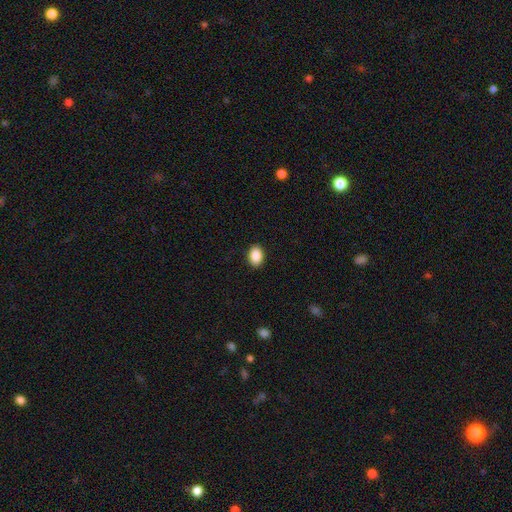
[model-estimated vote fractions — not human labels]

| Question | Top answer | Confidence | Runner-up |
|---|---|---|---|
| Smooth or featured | smooth | 89% | star or artifact (8%) |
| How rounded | in between | 81% | round (18%) |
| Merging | none | 90% | minor disturbance (7%) |